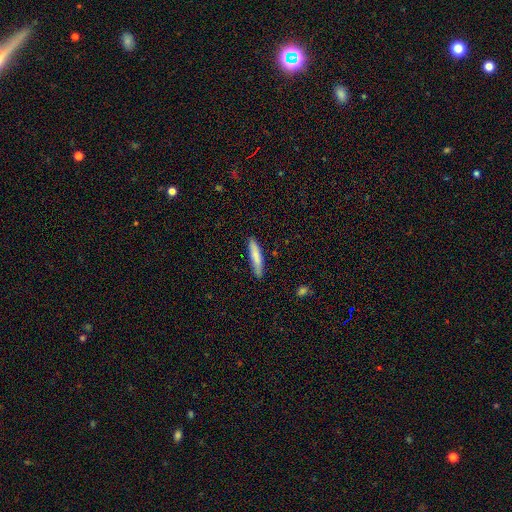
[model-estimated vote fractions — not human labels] A smooth galaxy with no disk features (79%) that is cigar-shaped (87%). Merging: none (85%).